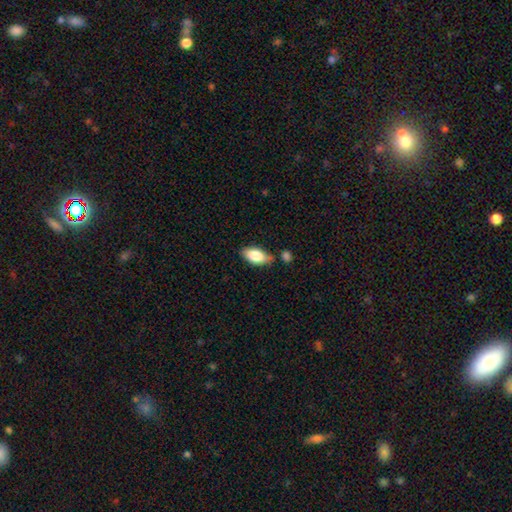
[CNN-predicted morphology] Q: Smooth or featured?
A: smooth (80%); runner-up: featured or disk (14%)
Q: How rounded?
A: in between (91%); runner-up: cigar-shaped (6%)
Q: Merging?
A: none (71%); runner-up: minor disturbance (16%)